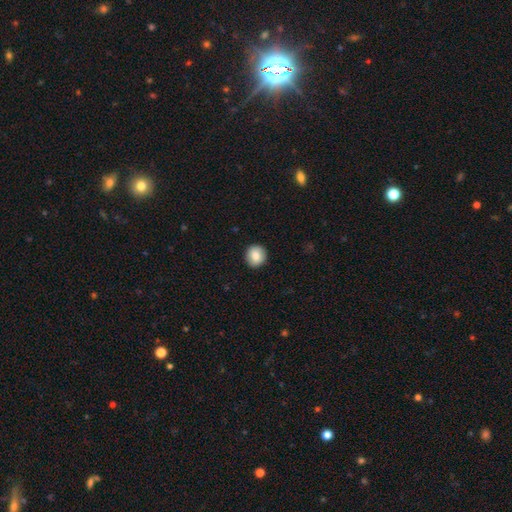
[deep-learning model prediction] This appears to be a smooth galaxy with no disk features (84%) that is round (91%). Merging: none (92%).